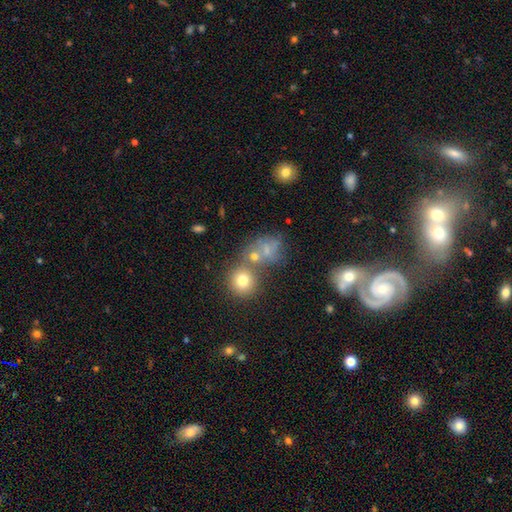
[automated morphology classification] Smooth or featured? smooth (55%)
How rounded? round (67%)
Merging? none (47%)